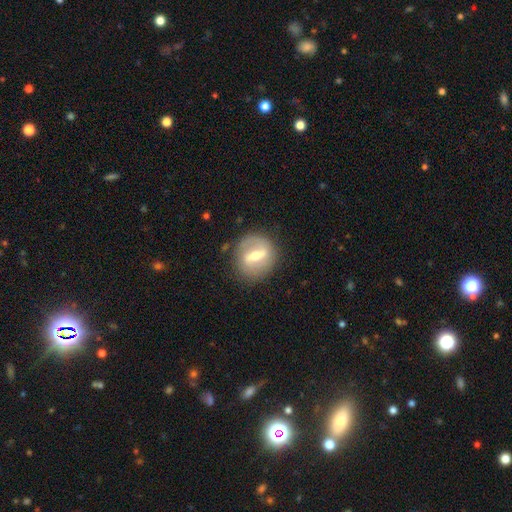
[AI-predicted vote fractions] Smooth or featured? Predicted: featured or disk (p=0.66). Edge-on disk? Predicted: no (p=0.92). Bar? Predicted: strong (p=0.52). Spiral arms? Predicted: yes (p=0.57). Bulge size? Predicted: moderate (p=0.61). Merging? Predicted: none (p=0.79).